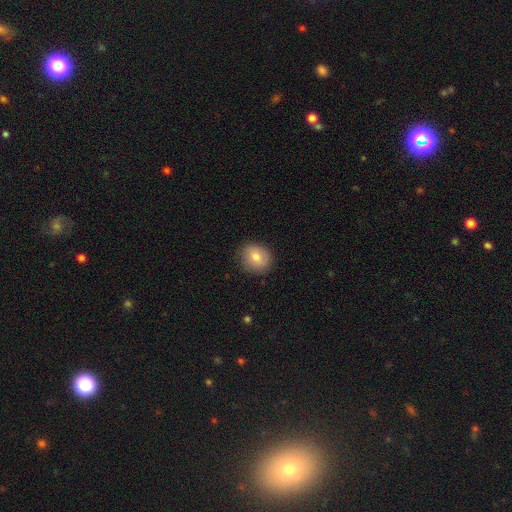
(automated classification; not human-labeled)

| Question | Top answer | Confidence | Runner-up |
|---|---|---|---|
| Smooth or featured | smooth | 80% | featured or disk (12%) |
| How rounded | round | 74% | in between (25%) |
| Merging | none | 87% | minor disturbance (9%) |